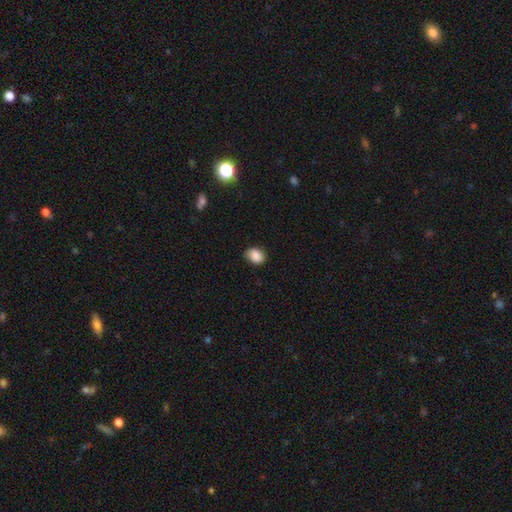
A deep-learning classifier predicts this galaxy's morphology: Smooth or featured? Predicted: smooth (p=0.86). How rounded? Predicted: in between (p=0.59). Merging? Predicted: none (p=0.76).